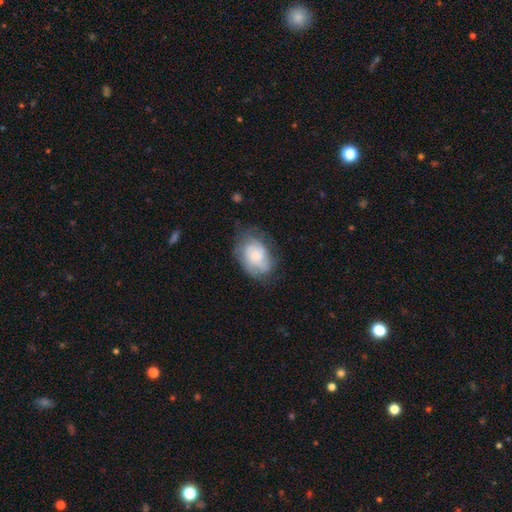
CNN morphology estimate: smooth-or-featured: smooth: 48% | featured or disk: 44% | star or artifact: 8%
  merging: none: 56% | minor disturbance: 28% | major disturbance: 14% | merger: 2%